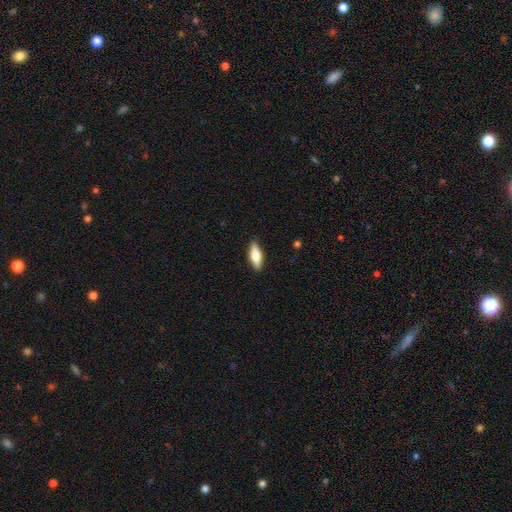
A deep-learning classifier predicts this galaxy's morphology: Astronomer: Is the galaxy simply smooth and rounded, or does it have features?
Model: smooth — 55% (runner-up: featured or disk, 39%).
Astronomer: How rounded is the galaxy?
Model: in between — 57% (runner-up: cigar-shaped, 40%).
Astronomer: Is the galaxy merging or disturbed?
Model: none — 88%.